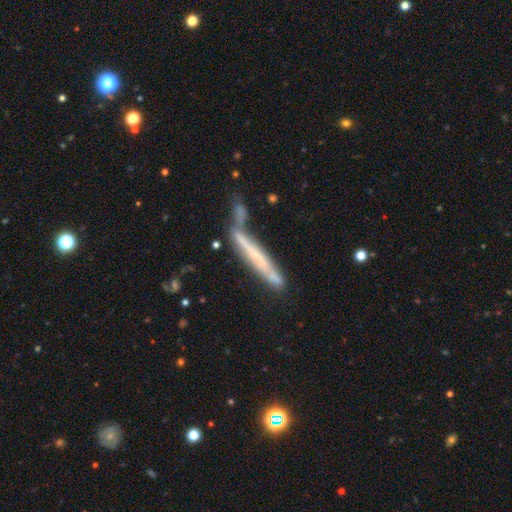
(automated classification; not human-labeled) The model was most divided on "merging": none: 42%, merger: 23%, minor disturbance: 23%, major disturbance: 12%. More confident: edge-on disk — yes (84%); smooth or featured — featured or disk (57%).